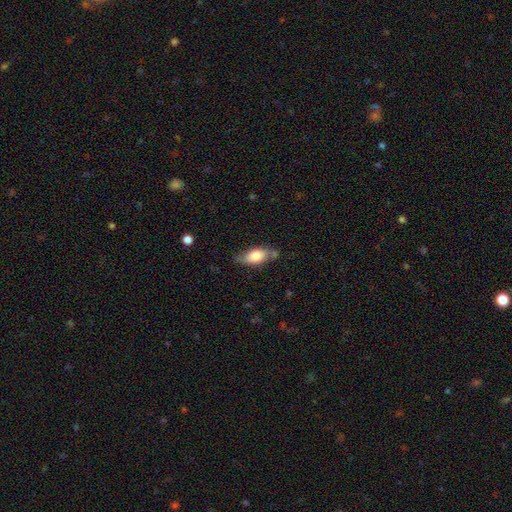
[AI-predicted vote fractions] smooth_or_featured: smooth (p=0.73) [alt: featured or disk p=0.20]
how_rounded: in between (p=0.81) [alt: cigar-shaped p=0.15]
merging: none (p=0.64) [alt: minor disturbance p=0.24]